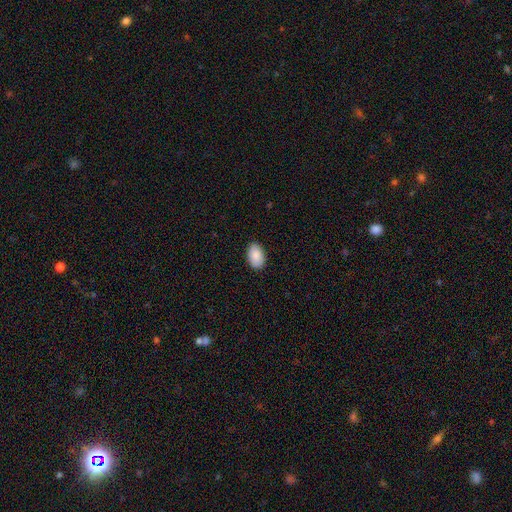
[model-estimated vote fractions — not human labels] Smooth or featured? Predicted: smooth (p=0.89). How rounded? Predicted: in between (p=0.93). Merging? Predicted: none (p=0.89).